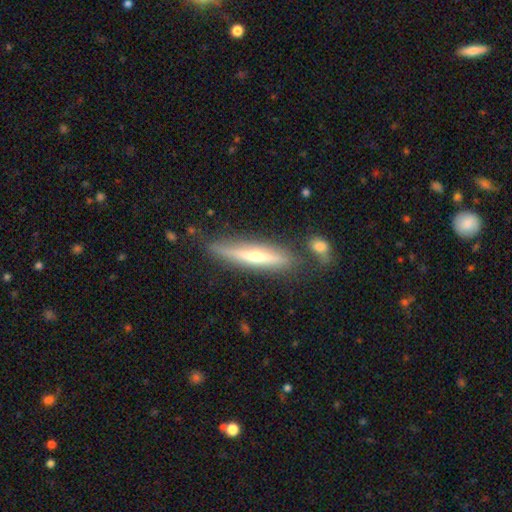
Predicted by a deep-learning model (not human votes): featured or disk 62%, smooth 31%, star or artifact 7%. Down the decision tree: edge-on disk — yes (91%); edge-on bulge — rounded (81%); merging — none (72%).